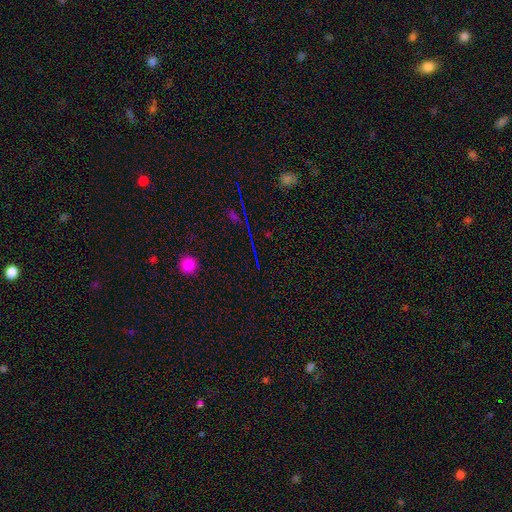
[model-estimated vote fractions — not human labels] This appears to be a star or artifact, not a galaxy (74%).